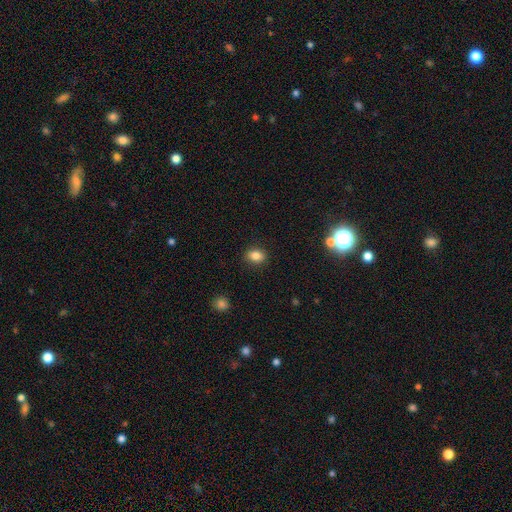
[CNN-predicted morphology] The model was most divided on "how rounded": in between: 59%, round: 39%, cigar-shaped: 1%. More confident: merging — none (88%); smooth or featured — smooth (84%).